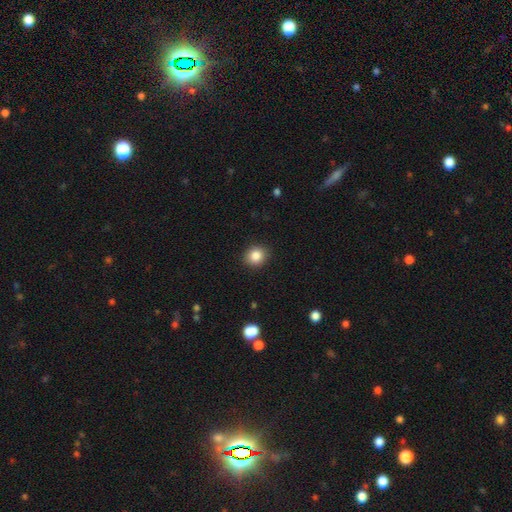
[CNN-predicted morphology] smooth-or-featured: smooth: 84% | star or artifact: 10% | featured or disk: 5%
  how-rounded: round: 81% | in between: 18% | cigar-shaped: 1%
  merging: none: 91% | minor disturbance: 7% | major disturbance: 2% | merger: 1%